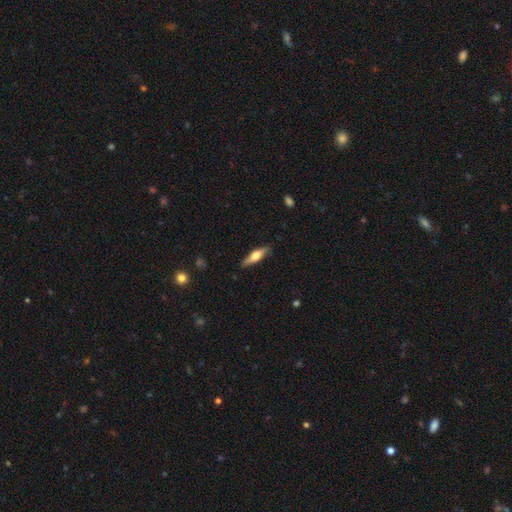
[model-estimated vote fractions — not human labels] Smooth or featured: smooth — 56% (featured or disk — 39%)
How rounded: cigar-shaped — 58% (in between — 40%)
Merging: none — 82% (minor disturbance — 14%)